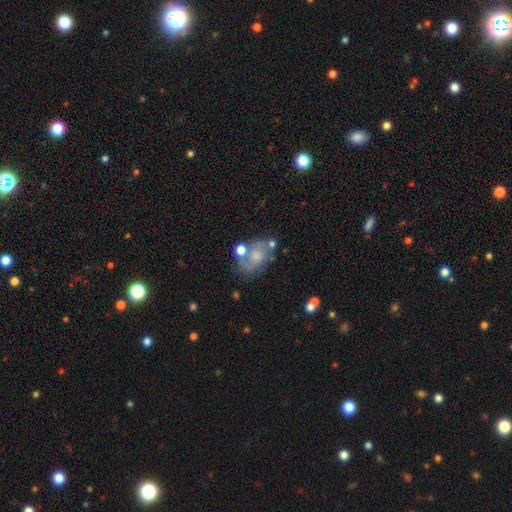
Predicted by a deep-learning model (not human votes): Smooth or featured? Predicted: featured or disk (p=0.48). Merging? Predicted: none (p=0.49).